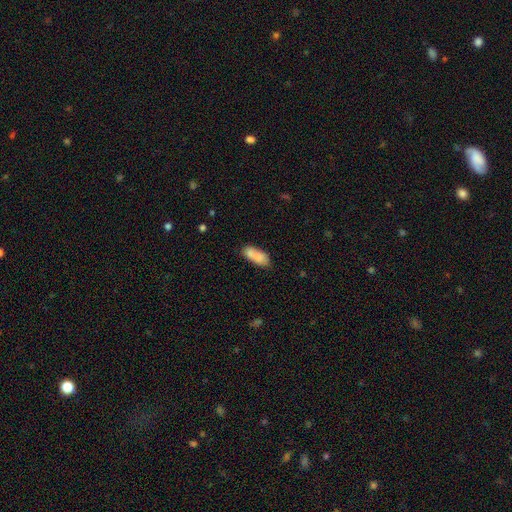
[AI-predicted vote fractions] Smooth or featured? smooth (81%)
How rounded? in between (77%)
Merging? none (59%)